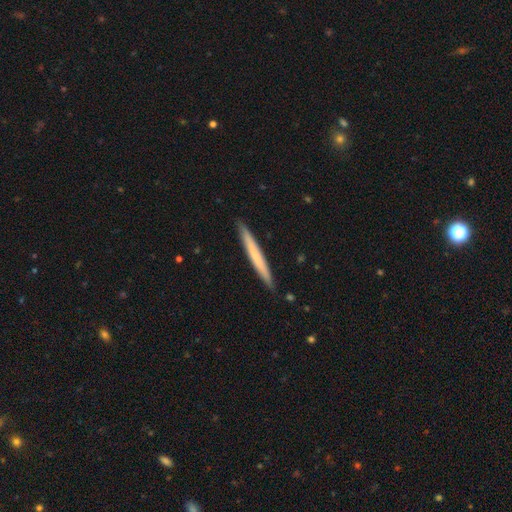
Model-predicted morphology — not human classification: A smooth galaxy with no disk features (61%) that is cigar-shaped (97%). Merging: none (91%).